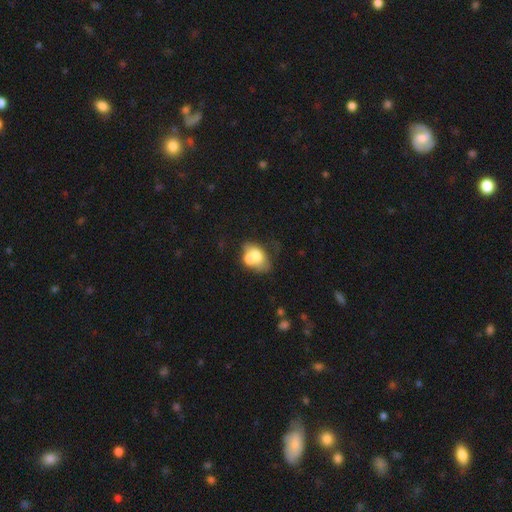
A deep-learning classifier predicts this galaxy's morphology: A smooth galaxy with no disk features (59%) that is in between round and cigar-shaped (71%). Merging: merger (54%).